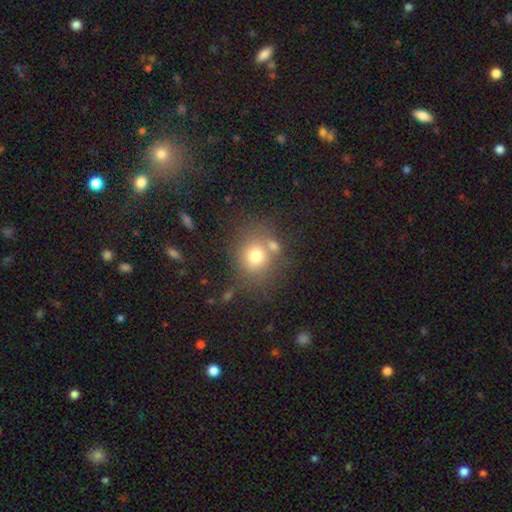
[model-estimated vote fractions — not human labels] A smooth galaxy with no disk features (73%) that is round (75%).

Vote fractions:
- Smooth or featured? smooth: 73% / featured or disk: 14% / star or artifact: 13%
- How rounded? round: 75% / in between: 24% / cigar-shaped: 1%
- Merging? none: 60% / merger: 21% / minor disturbance: 13% / major disturbance: 6%